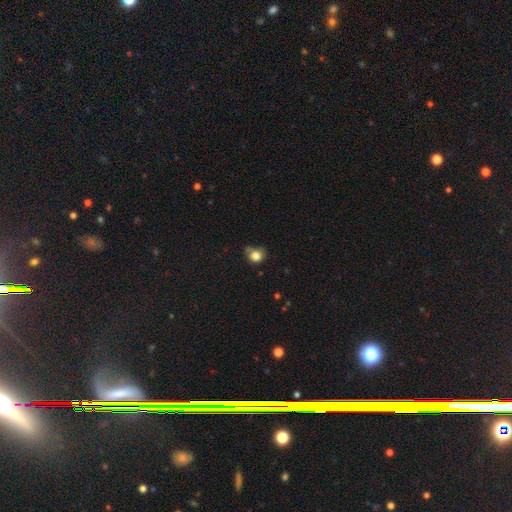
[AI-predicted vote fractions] smooth_or_featured: smooth (p=0.81) [alt: star or artifact p=0.10]
how_rounded: round (p=0.73) [alt: in between p=0.26]
merging: none (p=0.45) [alt: minor disturbance p=0.35]